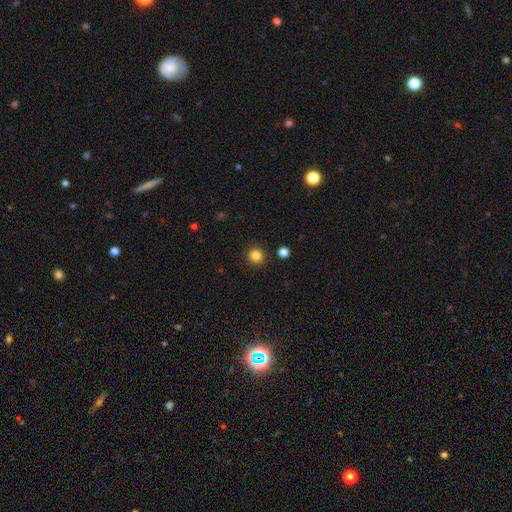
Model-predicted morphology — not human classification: A smooth galaxy with no disk features (84%) that is round (95%). Merging: none (91%).